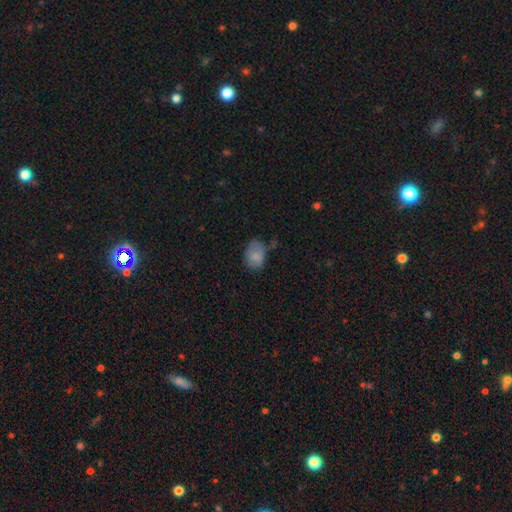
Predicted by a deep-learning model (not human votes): Smooth or featured?
  - smooth: 80% *
  - featured or disk: 12%
  - star or artifact: 9%
How rounded?
  - in between: 70% *
  - round: 29%
  - cigar-shaped: 1%
Merging?
  - none: 51% *
  - minor disturbance: 32%
  - major disturbance: 12%
  - merger: 6%